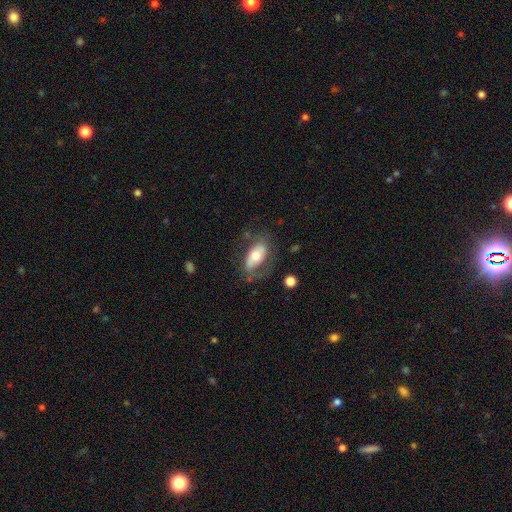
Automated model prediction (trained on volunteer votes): smooth 49%, featured or disk 44%, star or artifact 7%. Down the decision tree: merging — none (55%).